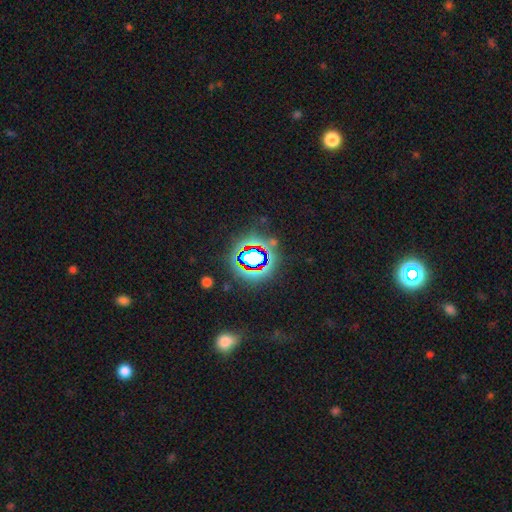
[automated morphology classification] smooth_or_featured: star or artifact (p=0.66) [alt: smooth p=0.20]